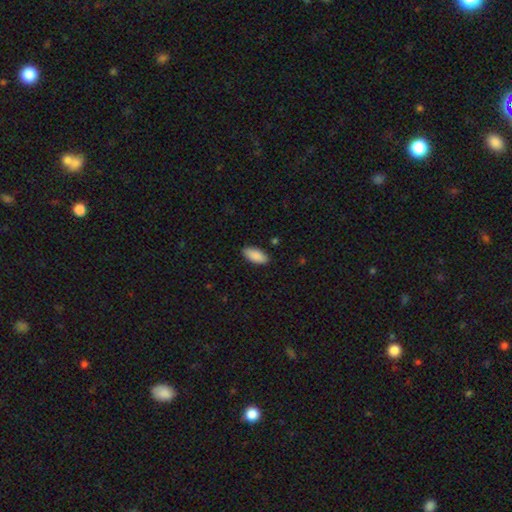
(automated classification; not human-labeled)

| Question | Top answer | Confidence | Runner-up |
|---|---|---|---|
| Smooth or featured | smooth | 90% | star or artifact (6%) |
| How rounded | in between | 90% | cigar-shaped (8%) |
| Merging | none | 88% | minor disturbance (9%) |